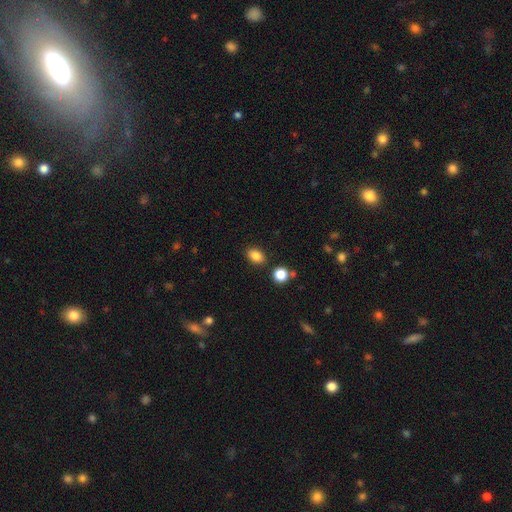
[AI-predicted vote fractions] A smooth galaxy with no disk features (85%) that is in between round and cigar-shaped (74%).

Vote fractions:
- Smooth or featured? smooth: 85% / star or artifact: 10% / featured or disk: 5%
- How rounded? in between: 74% / round: 24% / cigar-shaped: 1%
- Merging? none: 84% / minor disturbance: 9% / merger: 4% / major disturbance: 3%